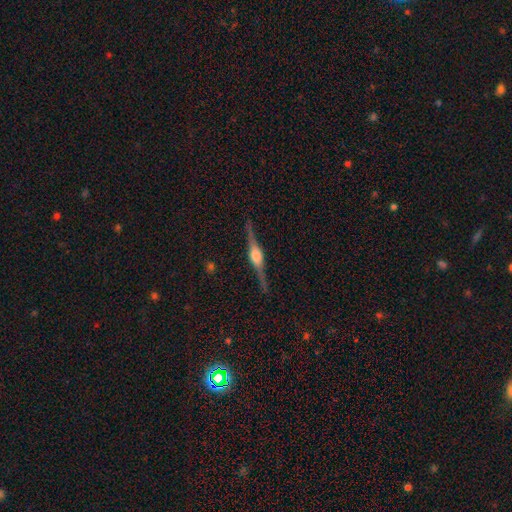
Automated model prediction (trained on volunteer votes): This is clearly a featured or disk galaxy (87%). It is clearly viewed edge-on (98%). Edge-on bulge: clearly rounded (87%). Merging: clearly none (89%).